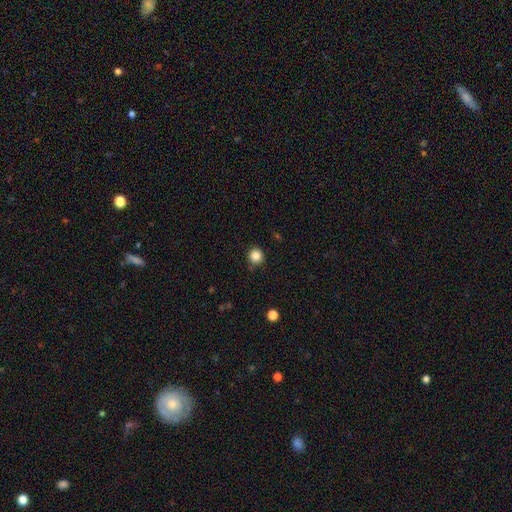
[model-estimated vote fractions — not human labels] This appears to be a smooth galaxy with no disk features (84%) that is round (93%). Merging: none (89%).